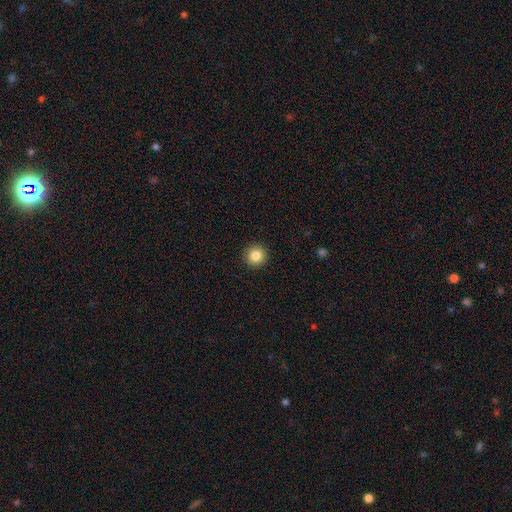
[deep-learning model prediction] Smooth or featured?
  - smooth: 84% *
  - star or artifact: 10%
  - featured or disk: 6%
How rounded?
  - round: 94% *
  - in between: 5%
  - cigar-shaped: 1%
Merging?
  - none: 93% *
  - minor disturbance: 4%
  - major disturbance: 2%
  - merger: 1%